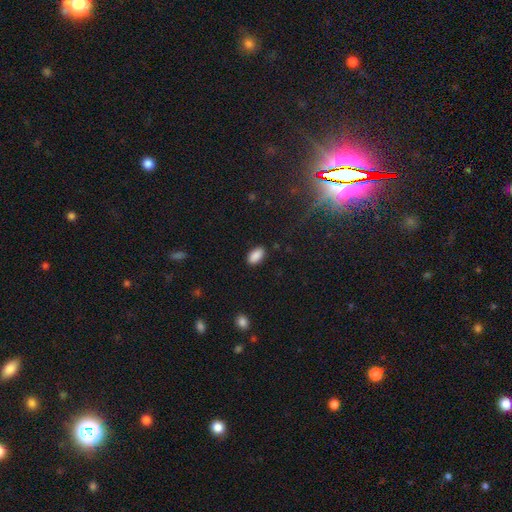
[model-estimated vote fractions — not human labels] Morphology: type=smooth (89%); roundness=in between (94%); merging=none (87%).